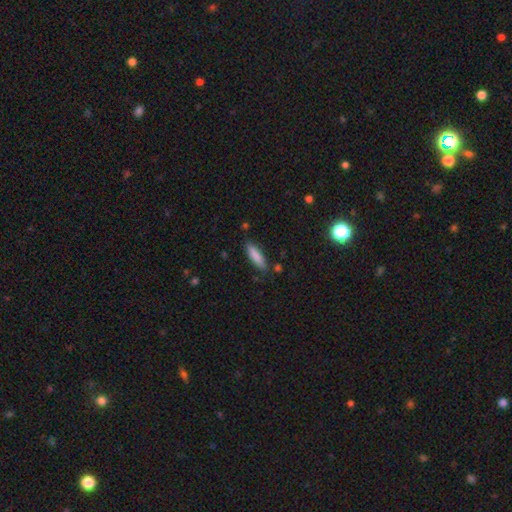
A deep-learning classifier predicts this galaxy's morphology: Overall: smooth (85%). How rounded: cigar-shaped (62%; in between 36%). Merging: none (83%).